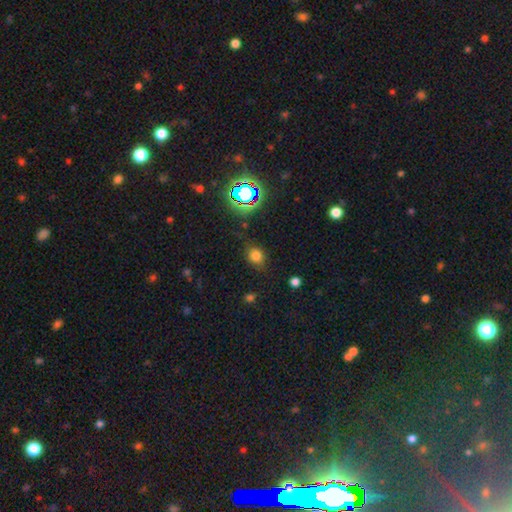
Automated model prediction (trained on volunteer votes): smooth_or_featured: smooth (p=0.71) [alt: star or artifact p=0.21]
how_rounded: round (p=0.62) [alt: in between p=0.36]
merging: none (p=0.76) [alt: minor disturbance p=0.17]